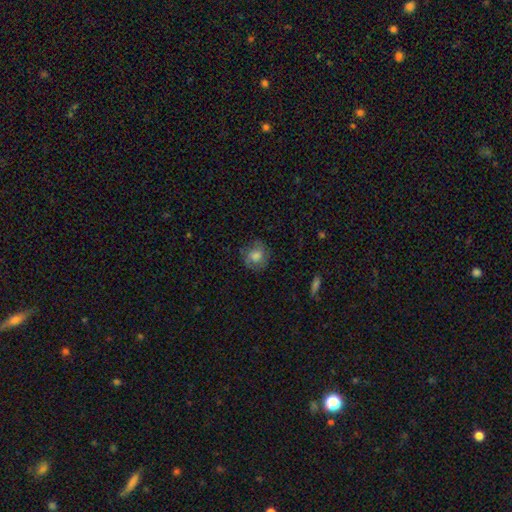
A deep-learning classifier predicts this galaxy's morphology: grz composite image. It shows a smooth galaxy with no disk features (72%) that is round (80%). Merging: none (73%).